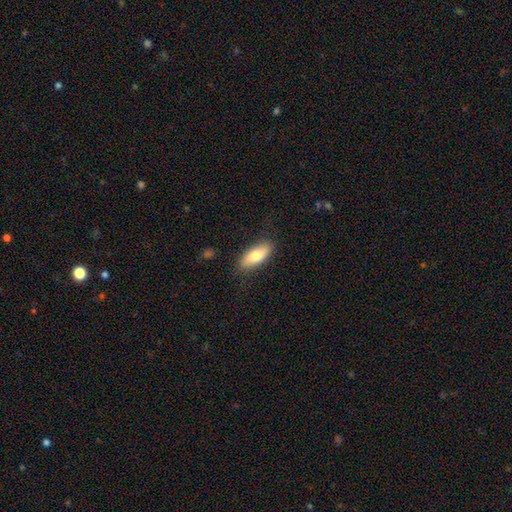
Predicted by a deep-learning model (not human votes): The model was most divided on "how rounded": in between: 78%, cigar-shaped: 20%, round: 2%. More confident: merging — none (85%); smooth or featured — smooth (76%).